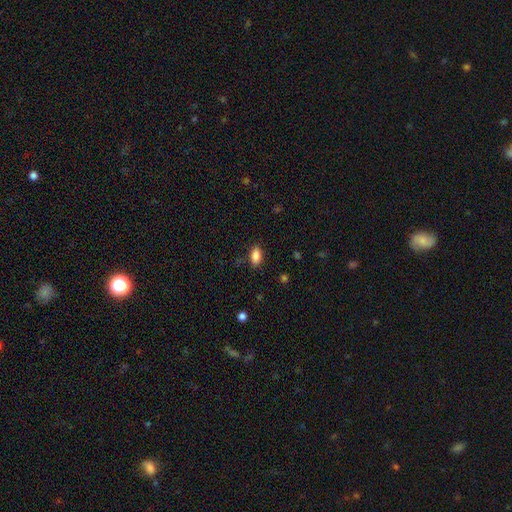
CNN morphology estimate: type=smooth (87%); roundness=in between (89%); merging=none (83%).